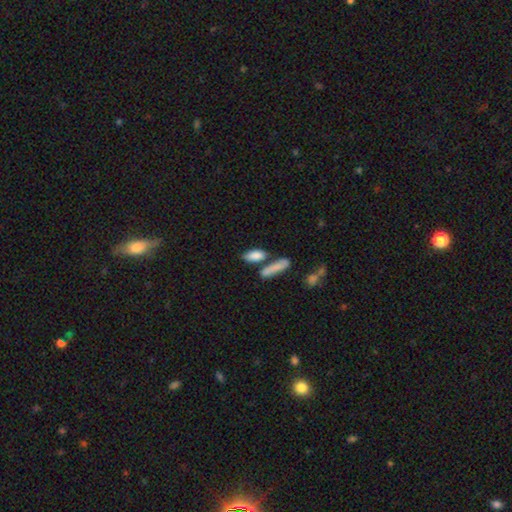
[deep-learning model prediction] This appears to be a smooth galaxy with no disk features (83%) that is in between round and cigar-shaped (70%). Merging: none (57%).